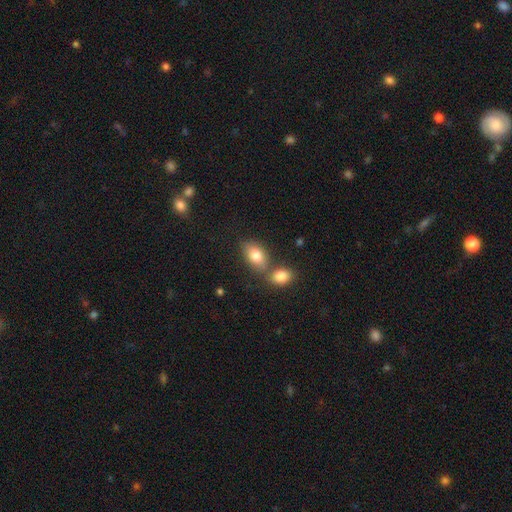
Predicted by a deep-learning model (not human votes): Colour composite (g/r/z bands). It shows a smooth galaxy with no disk features (81%) that is in between round and cigar-shaped (86%). Merging: none (52%).